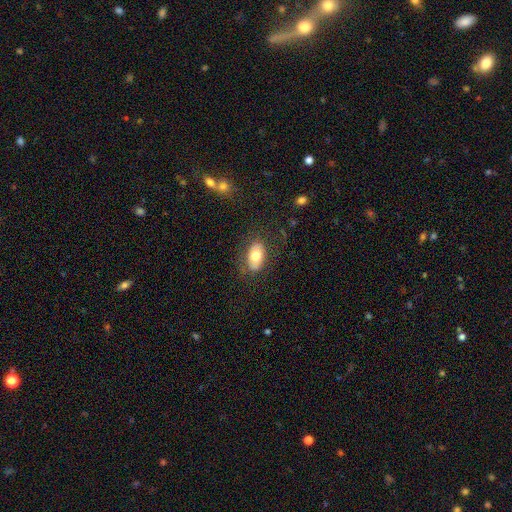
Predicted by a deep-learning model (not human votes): smooth-or-featured: smooth: 69% | featured or disk: 24% | star or artifact: 7%
  how-rounded: in between: 91% | round: 7% | cigar-shaped: 2%
  merging: none: 78% | minor disturbance: 14% | major disturbance: 6% | merger: 1%